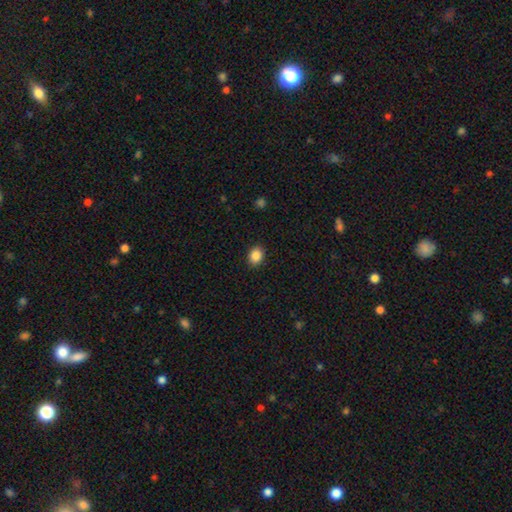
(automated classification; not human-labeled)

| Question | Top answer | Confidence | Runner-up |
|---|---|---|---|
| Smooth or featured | smooth | 88% | star or artifact (9%) |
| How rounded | in between | 55% | round (44%) |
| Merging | none | 90% | minor disturbance (7%) |